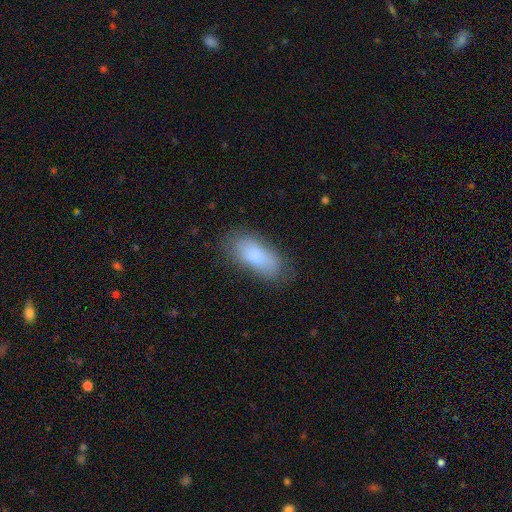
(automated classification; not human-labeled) smooth 79%, featured or disk 13%, star or artifact 7%. Down the decision tree: how rounded — in between (85%); merging — none (70%).